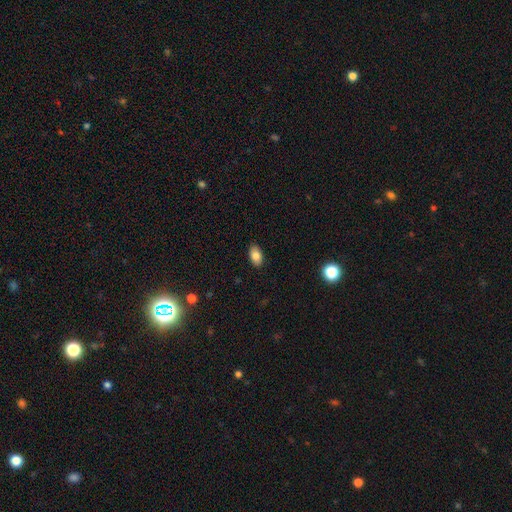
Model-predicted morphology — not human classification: Q: Smooth or featured?
A: smooth (84%); runner-up: star or artifact (8%)
Q: How rounded?
A: in between (91%); runner-up: round (7%)
Q: Merging?
A: none (88%); runner-up: minor disturbance (9%)